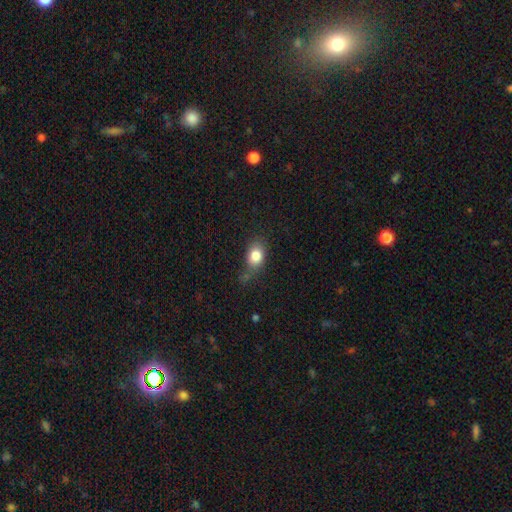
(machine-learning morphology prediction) A smooth galaxy with no disk features (82%) that is in between round and cigar-shaped (63%). Merging: none (61%).